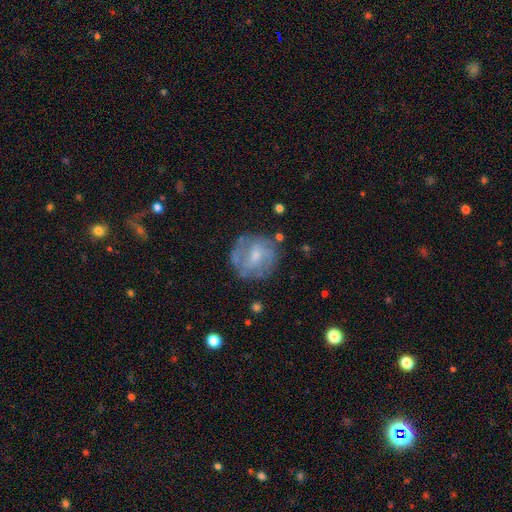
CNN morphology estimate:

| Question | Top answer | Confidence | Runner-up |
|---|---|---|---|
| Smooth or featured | featured or disk | 55% | smooth (37%) |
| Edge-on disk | no | 97% | yes (3%) |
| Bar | no | 48% | weak (43%) |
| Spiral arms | yes | 56% | no (44%) |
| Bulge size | small | 47% | moderate (42%) |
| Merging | none | 71% | minor disturbance (18%) |